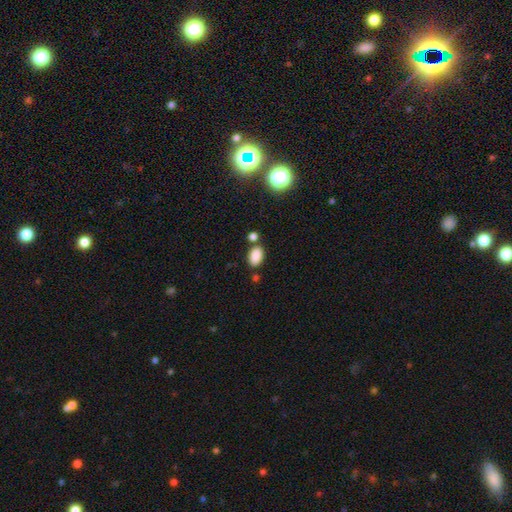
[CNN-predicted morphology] Smooth or featured?
  - smooth: 86% *
  - star or artifact: 10%
  - featured or disk: 4%
How rounded?
  - in between: 89% *
  - round: 9%
  - cigar-shaped: 1%
Merging?
  - none: 72% *
  - minor disturbance: 13%
  - merger: 12%
  - major disturbance: 4%